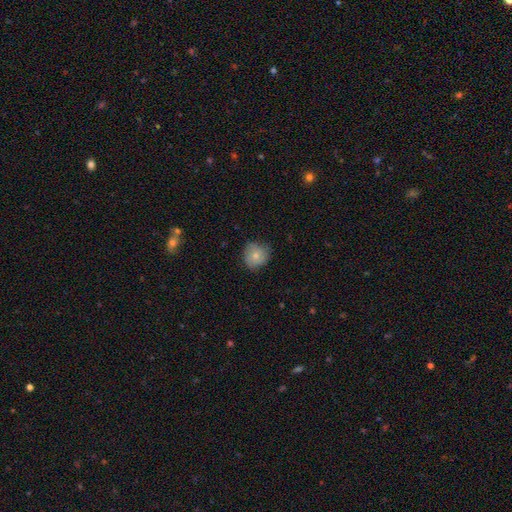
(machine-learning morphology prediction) A smooth galaxy with no disk features (77%) that is round (86%).

Vote fractions:
- Smooth or featured? smooth: 77% / featured or disk: 14% / star or artifact: 9%
- How rounded? round: 86% / in between: 14% / cigar-shaped: 1%
- Merging? none: 73% / minor disturbance: 22% / major disturbance: 4% / merger: 1%